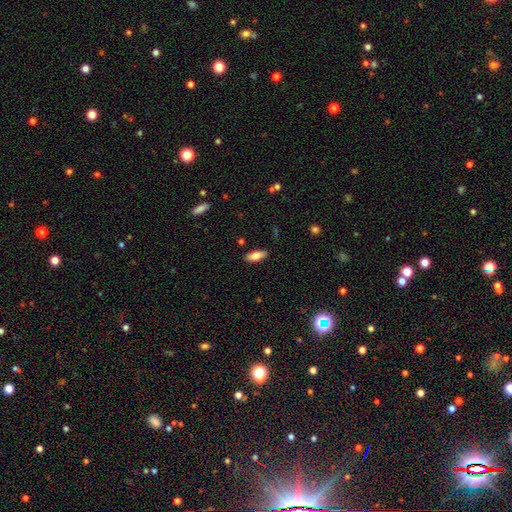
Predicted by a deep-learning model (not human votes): smooth-or-featured: smooth: 78% | featured or disk: 15% | star or artifact: 7%
  how-rounded: in between: 78% | cigar-shaped: 20% | round: 2%
  merging: none: 86% | minor disturbance: 10% | major disturbance: 2% | merger: 1%